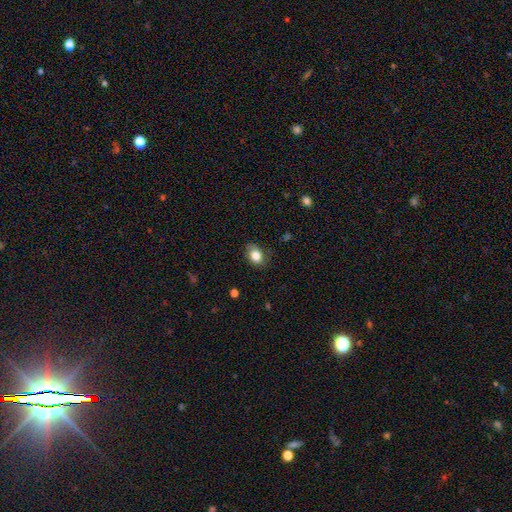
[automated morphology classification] This is clearly a smooth galaxy (82%). How rounded: likely in between (65%). Merging: likely none (75%).